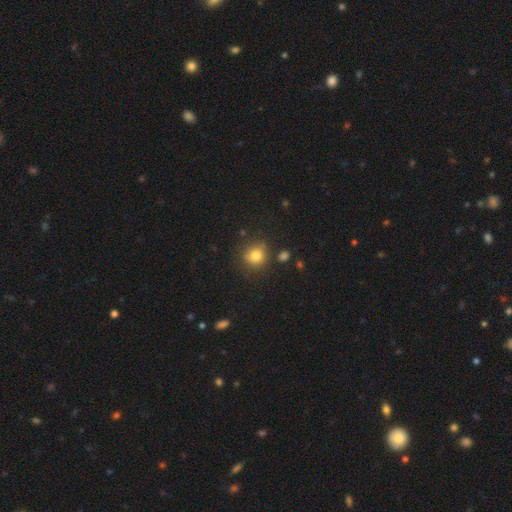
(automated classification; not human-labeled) A smooth galaxy with no disk features (80%) that is round (87%). Merging: none (79%).